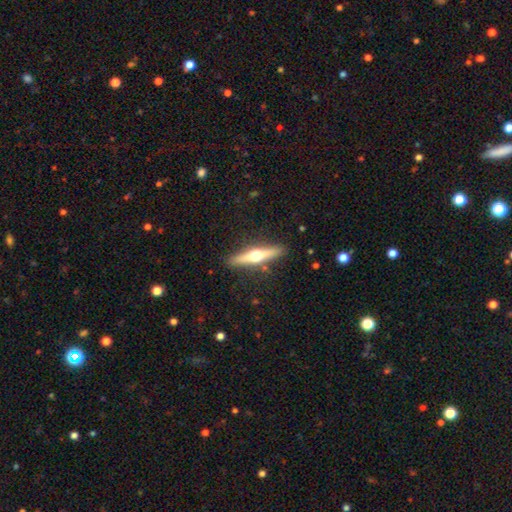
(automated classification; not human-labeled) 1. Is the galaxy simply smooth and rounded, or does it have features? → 61% featured or disk, 33% smooth, 6% star or artifact.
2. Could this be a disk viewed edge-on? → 96% yes, 4% no.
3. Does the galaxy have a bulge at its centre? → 94% rounded, 3% none, 2% boxy.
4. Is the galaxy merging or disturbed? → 89% none, 8% minor disturbance, 2% major disturbance, 2% merger.